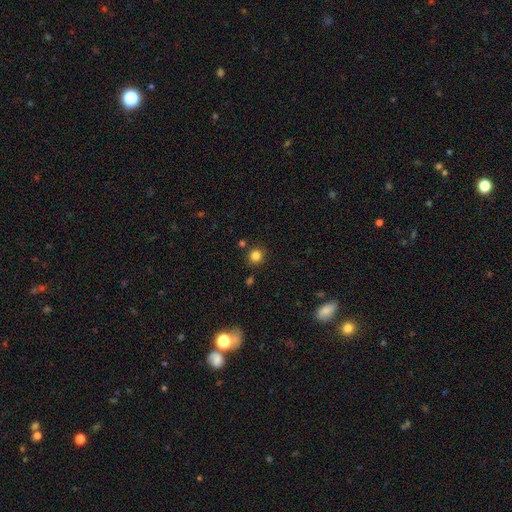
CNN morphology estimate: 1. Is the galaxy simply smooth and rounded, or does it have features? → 83% smooth, 13% star or artifact, 4% featured or disk.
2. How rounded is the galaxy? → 93% round, 6% in between, 1% cigar-shaped.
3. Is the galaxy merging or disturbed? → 87% none, 7% minor disturbance, 4% merger, 2% major disturbance.